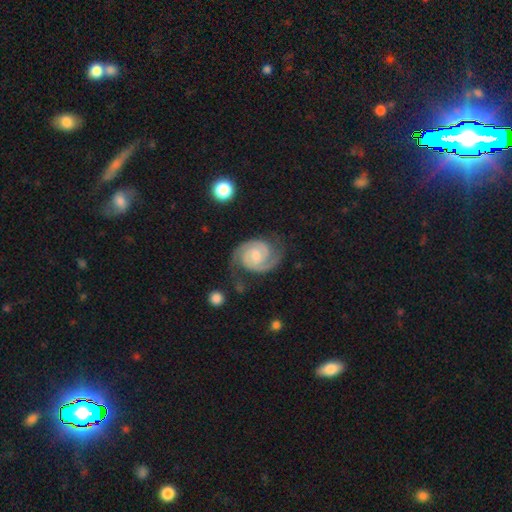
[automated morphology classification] The model was most divided on "bulge size": moderate: 47%, small: 41%, none: 7%, large: 4%, dominant: 1%. More confident: spiral arms — yes (98%); edge-on disk — no (98%); spiral arm count — 2 (92%); smooth or featured — featured or disk (91%); merging — none (74%); spiral winding — tight (57%); bar — no (52%).